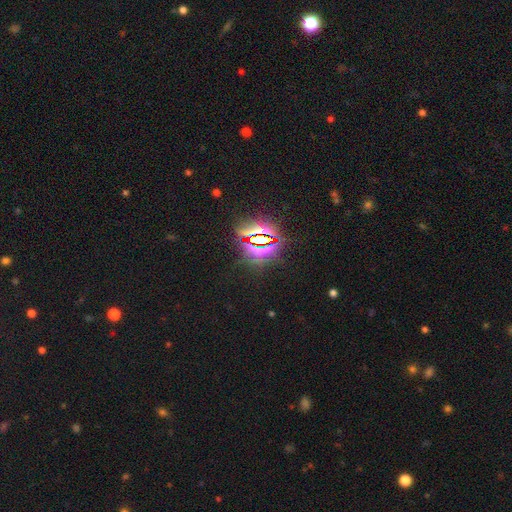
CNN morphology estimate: This is clearly a star or artifact rather than a galaxy (84%).